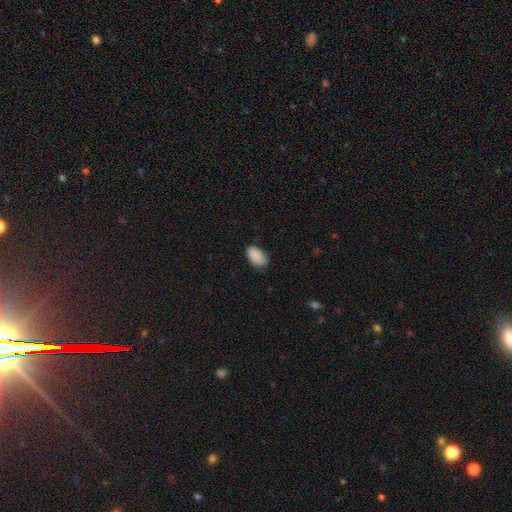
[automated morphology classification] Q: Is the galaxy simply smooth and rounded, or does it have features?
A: smooth — 89%.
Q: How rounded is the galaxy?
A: in between — 94%.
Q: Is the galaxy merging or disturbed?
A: none — 80%.